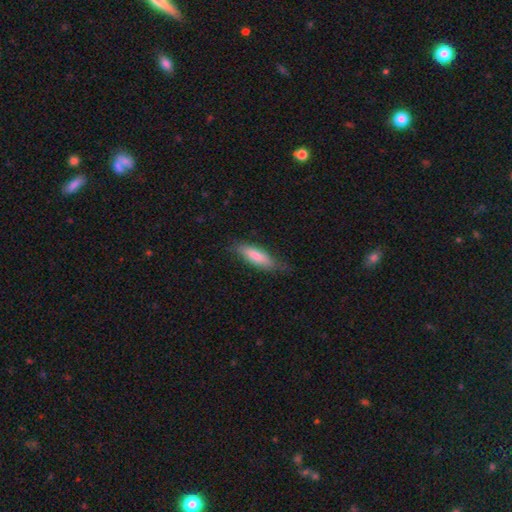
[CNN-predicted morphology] Q: Smooth or featured?
A: smooth (75%); runner-up: featured or disk (19%)
Q: How rounded?
A: cigar-shaped (60%); runner-up: in between (39%)
Q: Merging?
A: none (74%); runner-up: minor disturbance (21%)